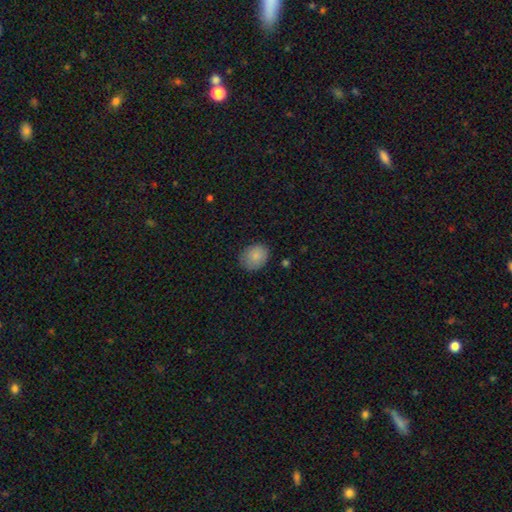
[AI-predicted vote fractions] This appears to be a smooth galaxy with no disk features (84%) that is round (55%). Merging: none (80%).